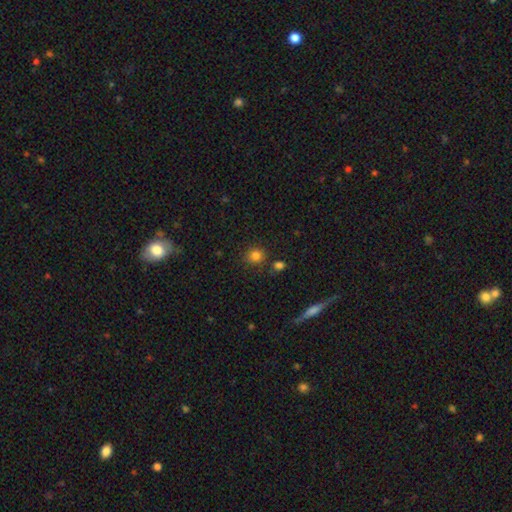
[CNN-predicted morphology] This appears to be a smooth galaxy with no disk features (82%) that is round (83%). Merging: none (81%).